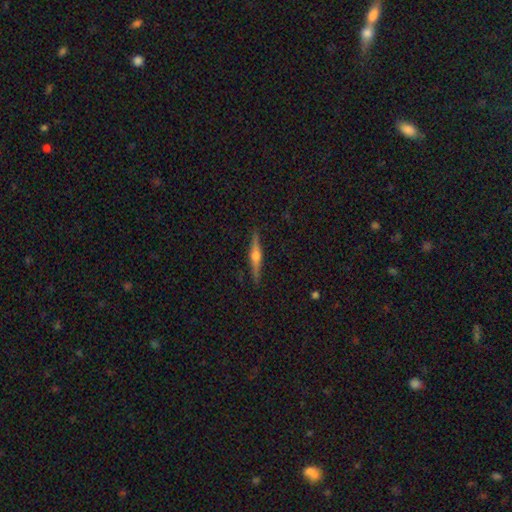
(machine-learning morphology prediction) This appears to be a featured or disk galaxy (72%) viewed edge-on (98%) with a rounded central bulge (90%). Merging: none (91%).